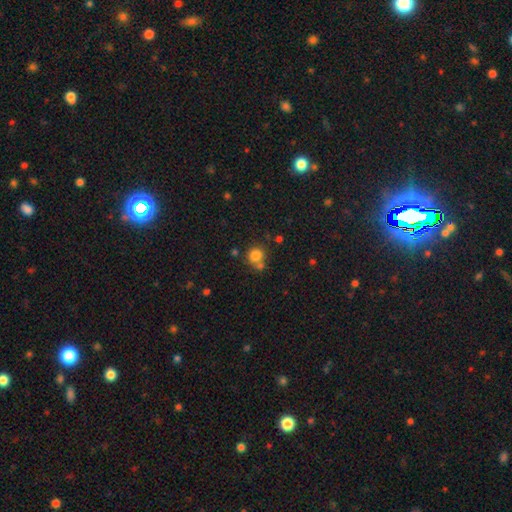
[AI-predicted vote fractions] A smooth galaxy with no disk features (80%) that is round (88%).

Vote fractions:
- Smooth or featured? smooth: 80% / star or artifact: 12% / featured or disk: 7%
- How rounded? round: 88% / in between: 11% / cigar-shaped: 1%
- Merging? none: 59% / merger: 26% / minor disturbance: 11% / major disturbance: 4%